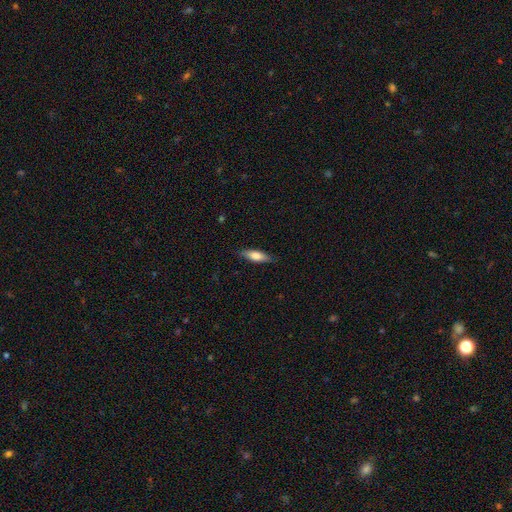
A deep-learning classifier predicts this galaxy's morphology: Smooth or featured? Predicted: smooth (p=0.69). How rounded? Predicted: in between (p=0.51). Merging? Predicted: none (p=0.85).